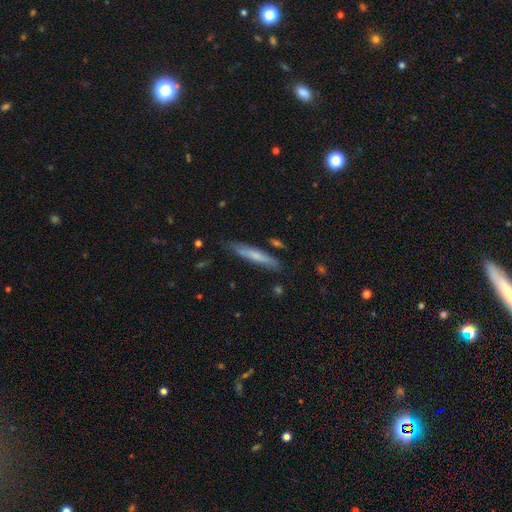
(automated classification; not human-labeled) Smooth or featured? smooth (62%)
How rounded? cigar-shaped (92%)
Merging? none (81%)